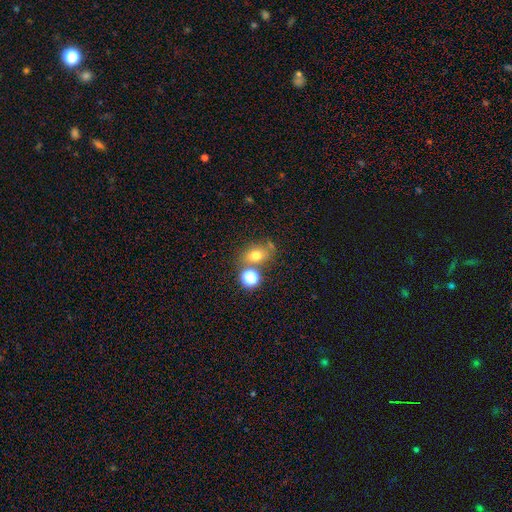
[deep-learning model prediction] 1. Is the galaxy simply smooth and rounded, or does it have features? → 69% smooth, 18% star or artifact, 14% featured or disk.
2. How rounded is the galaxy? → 53% in between, 46% round, 2% cigar-shaped.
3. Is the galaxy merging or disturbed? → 61% none, 19% merger, 14% minor disturbance, 6% major disturbance.